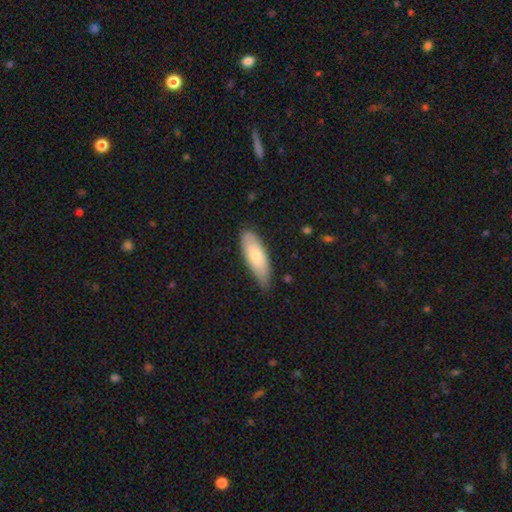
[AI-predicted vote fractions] Smooth or featured? smooth (70%)
How rounded? in between (70%)
Merging? none (67%)